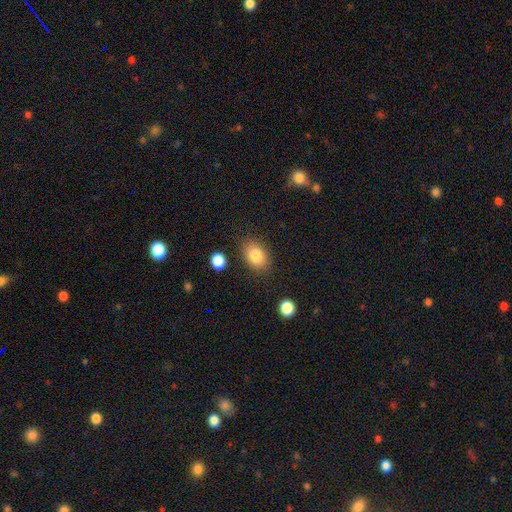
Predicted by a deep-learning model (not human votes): Q: Smooth or featured?
A: smooth (85%); runner-up: star or artifact (8%)
Q: How rounded?
A: in between (75%); runner-up: round (24%)
Q: Merging?
A: none (82%); runner-up: minor disturbance (12%)